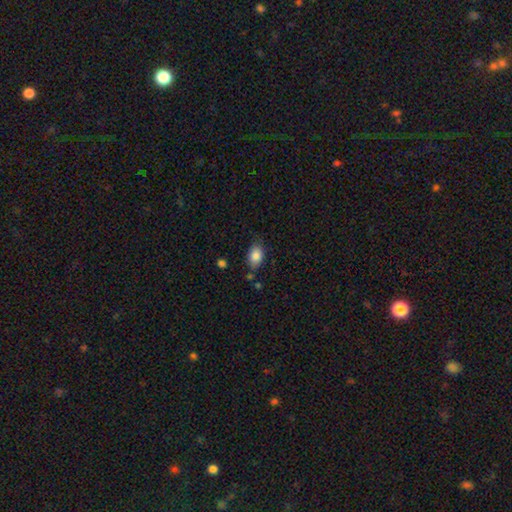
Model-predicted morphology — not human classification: The model was most divided on "merging": none: 72%, minor disturbance: 19%, major disturbance: 4%, merger: 4%. More confident: smooth or featured — smooth (86%); how rounded — in between (83%).